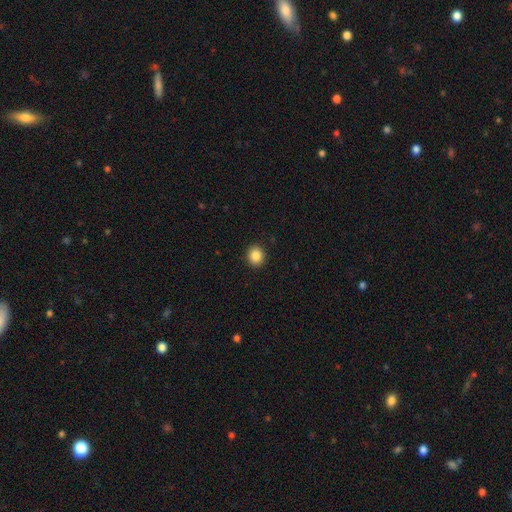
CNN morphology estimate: Overall: smooth (86%). How rounded: round (82%). Merging: none (92%).